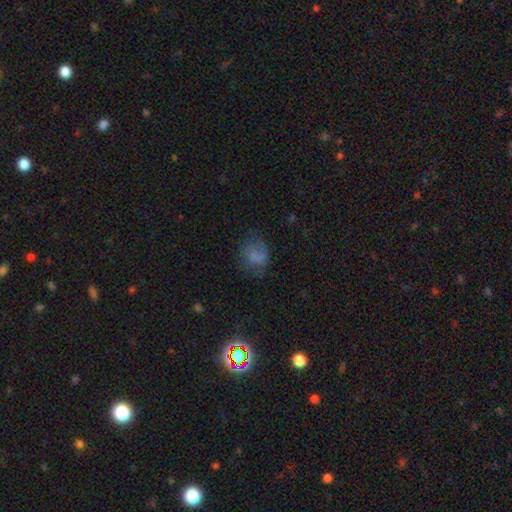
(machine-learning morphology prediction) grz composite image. It shows a smooth galaxy with no disk features (67%) that is round (54%). Merging: none (53%).